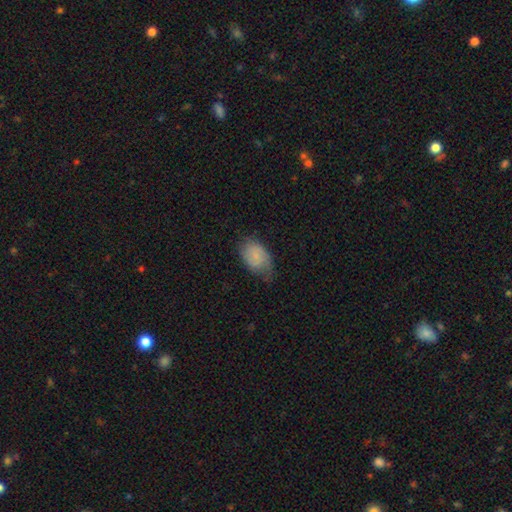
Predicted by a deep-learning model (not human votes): This is likely a smooth galaxy (65%). How rounded: clearly in between (88%). Merging: possibly none (54%).